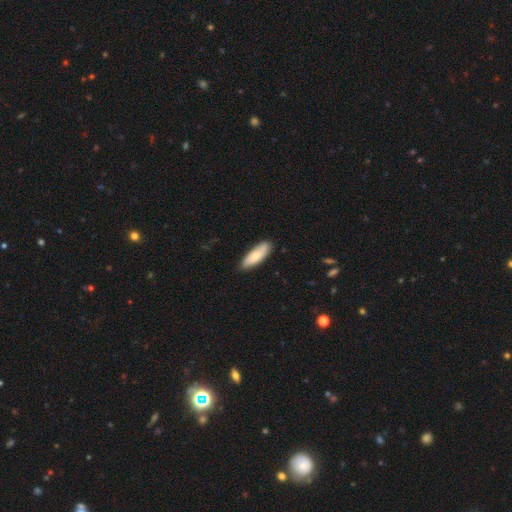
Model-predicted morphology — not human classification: smooth 76%, featured or disk 19%, star or artifact 5%. Down the decision tree: how rounded — in between (59%); merging — none (84%).